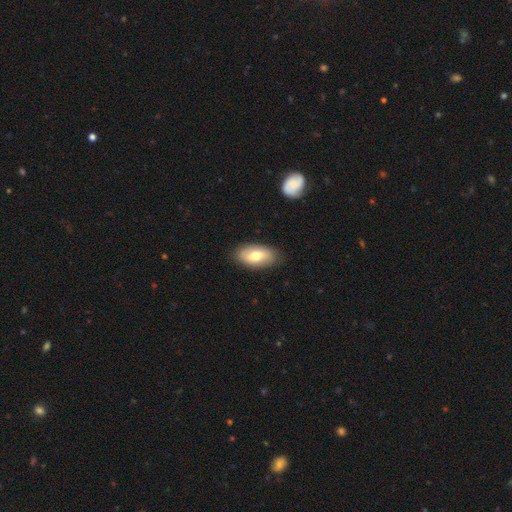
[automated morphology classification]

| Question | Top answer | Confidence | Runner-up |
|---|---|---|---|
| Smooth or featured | smooth | 70% | featured or disk (24%) |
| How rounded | in between | 93% | cigar-shaped (4%) |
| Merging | none | 85% | minor disturbance (11%) |